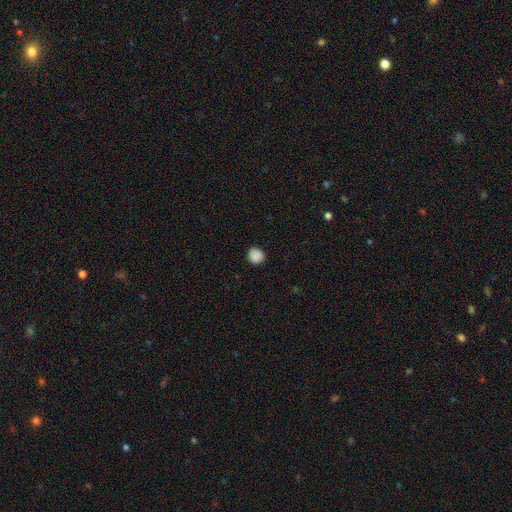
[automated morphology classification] Smooth or featured? smooth (88%)
How rounded? round (92%)
Merging? none (90%)